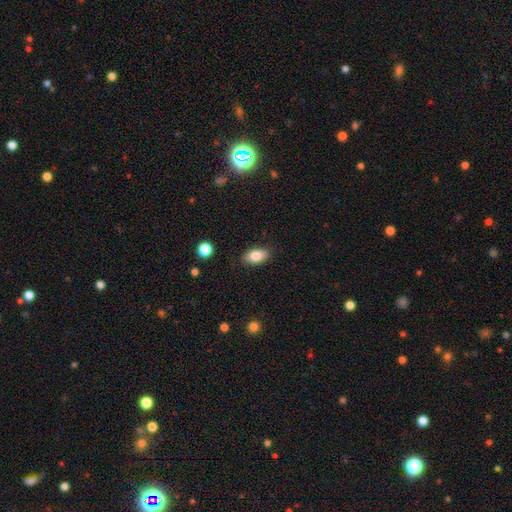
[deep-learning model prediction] A smooth galaxy with no disk features (82%) that is in between round and cigar-shaped (90%).

Vote fractions:
- Smooth or featured? smooth: 82% / featured or disk: 10% / star or artifact: 8%
- How rounded? in between: 90% / round: 6% / cigar-shaped: 4%
- Merging? none: 86% / minor disturbance: 10% / major disturbance: 2% / merger: 1%